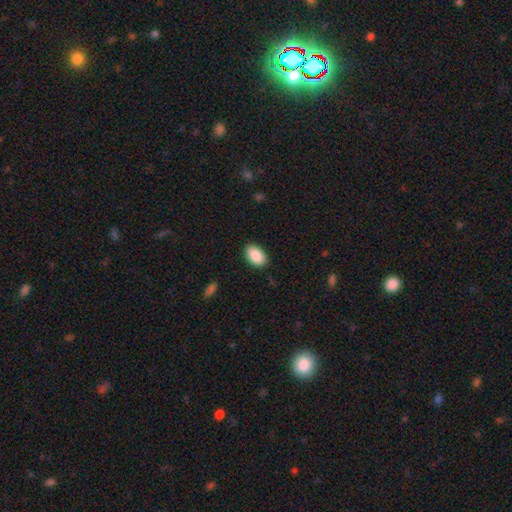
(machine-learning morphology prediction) A smooth galaxy with no disk features (89%) that is in between round and cigar-shaped (92%). Merging: none (88%).